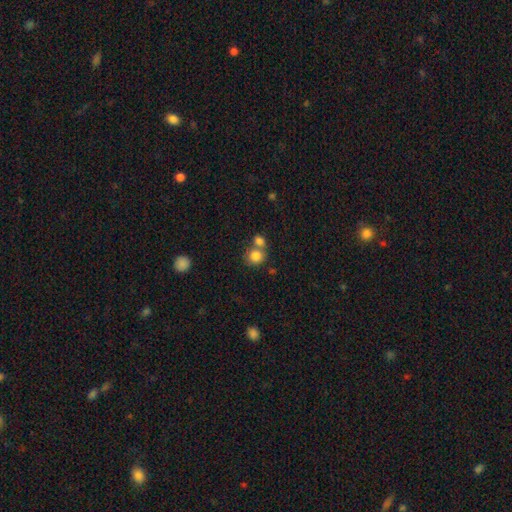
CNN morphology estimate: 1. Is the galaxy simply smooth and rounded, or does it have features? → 82% smooth, 10% star or artifact, 8% featured or disk.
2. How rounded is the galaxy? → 79% round, 20% in between, 1% cigar-shaped.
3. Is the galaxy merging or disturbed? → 45% merger, 43% none, 8% minor disturbance, 4% major disturbance.